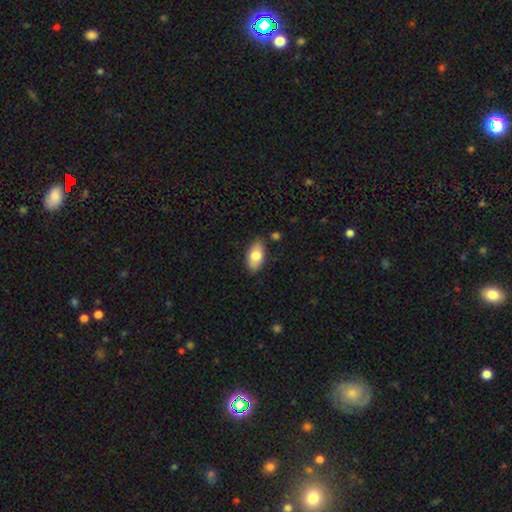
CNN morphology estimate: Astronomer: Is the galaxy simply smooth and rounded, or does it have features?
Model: smooth — 78%.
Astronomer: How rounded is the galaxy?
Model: in between — 93%.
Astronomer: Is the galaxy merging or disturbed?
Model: none — 82%.